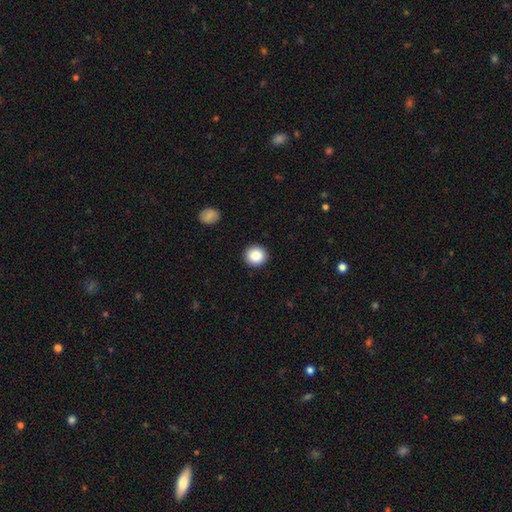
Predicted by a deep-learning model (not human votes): smooth_or_featured: smooth (p=0.88) [alt: star or artifact p=0.09]
how_rounded: round (p=0.93) [alt: in between p=0.06]
merging: none (p=0.92) [alt: minor disturbance p=0.05]